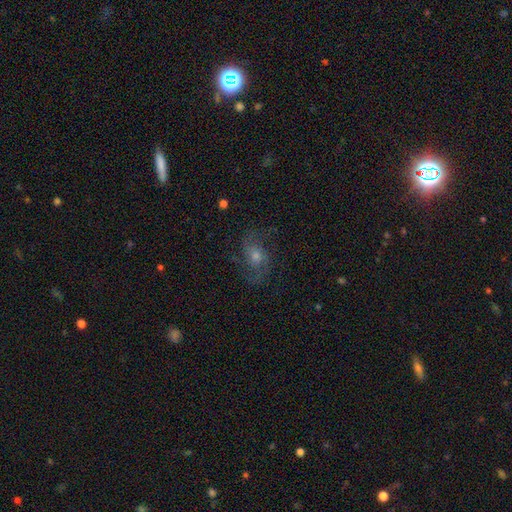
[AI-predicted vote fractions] This appears to be a featured or disk galaxy (69%) with no bar (69%), 2 (73%) medium (48%) spiral arms (92%) and a moderate central bulge (54%). Merging: none (71%).